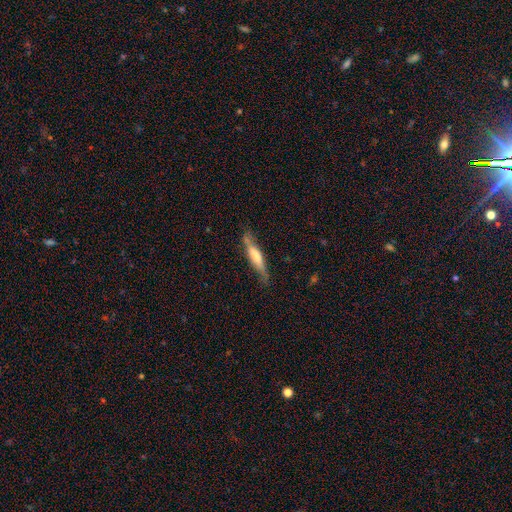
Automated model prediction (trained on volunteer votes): smooth-or-featured: smooth: 50% | featured or disk: 44% | star or artifact: 6%
  merging: none: 69% | minor disturbance: 23% | major disturbance: 6% | merger: 2%